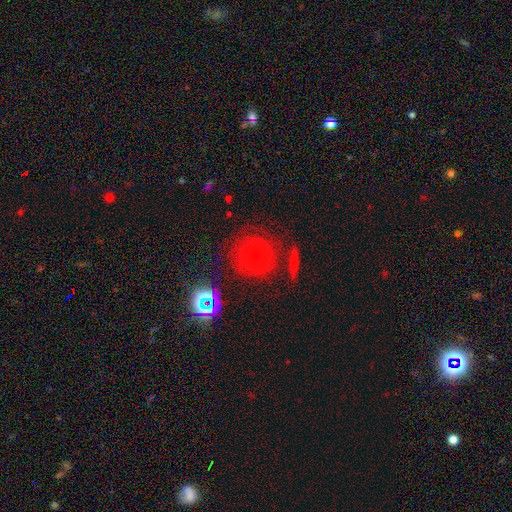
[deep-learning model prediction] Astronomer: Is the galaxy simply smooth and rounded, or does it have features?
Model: smooth — 44% (runner-up: star or artifact, 34%).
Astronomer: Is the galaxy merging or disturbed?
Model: none — 79%.